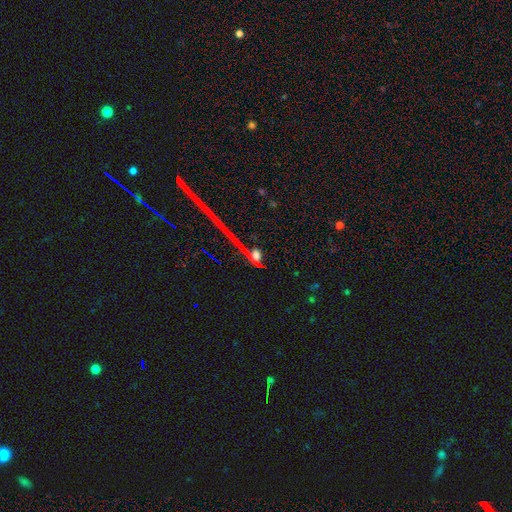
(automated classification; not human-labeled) A smooth galaxy with no disk features (39%). Merging: none (42%).